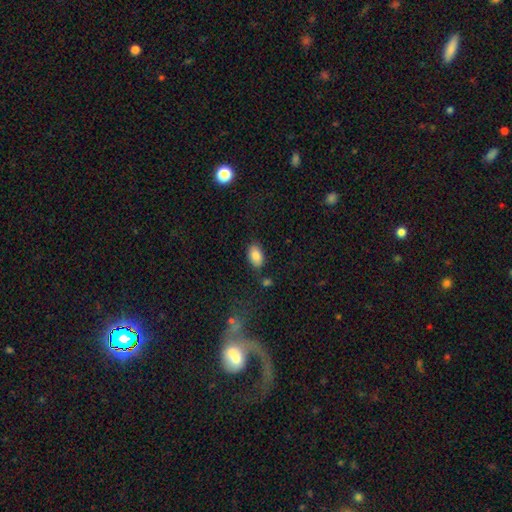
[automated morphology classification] Smooth or featured? Predicted: smooth (p=0.86). How rounded? Predicted: in between (p=0.92). Merging? Predicted: none (p=0.81).